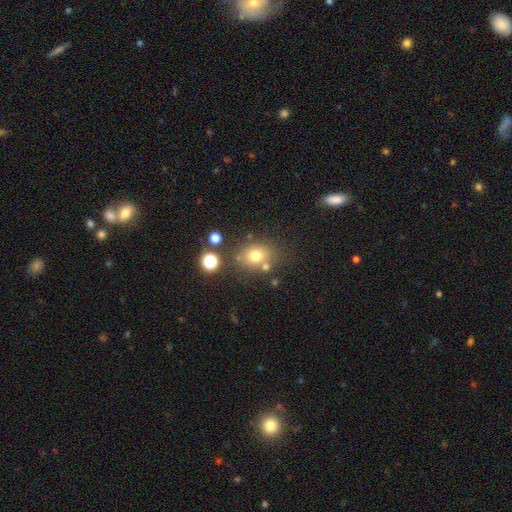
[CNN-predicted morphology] A smooth galaxy with no disk features (72%) that is round (60%). Merging: none (72%).